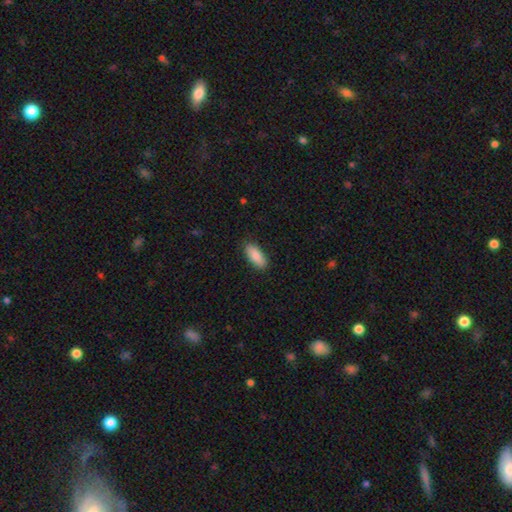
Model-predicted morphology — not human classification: This is clearly a smooth galaxy (85%). How rounded: clearly in between (82%). Merging: clearly none (86%).